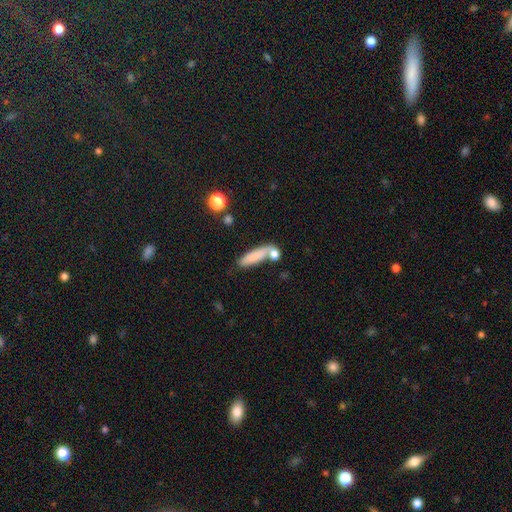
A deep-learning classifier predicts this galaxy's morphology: type=smooth (78%); roundness=cigar-shaped (61%); merging=none (55%).